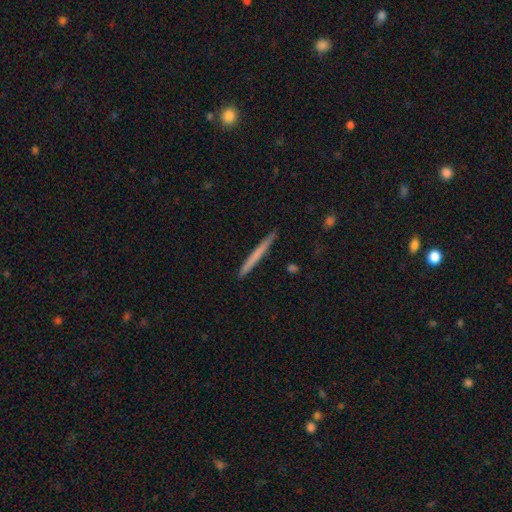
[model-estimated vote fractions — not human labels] Smooth or featured? smooth (62%)
How rounded? cigar-shaped (97%)
Merging? none (92%)